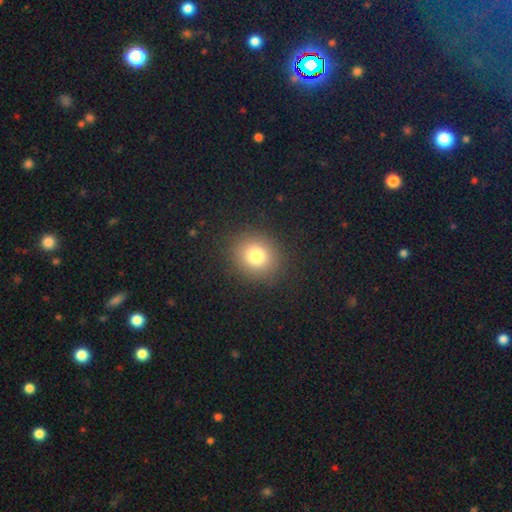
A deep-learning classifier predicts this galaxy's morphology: Smooth or featured: smooth — 77% (star or artifact — 14%)
How rounded: round — 80% (in between — 19%)
Merging: none — 89% (minor disturbance — 7%)